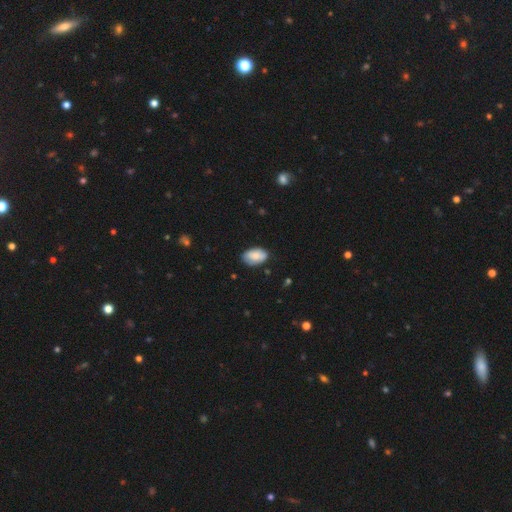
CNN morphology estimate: type=smooth (82%); roundness=in between (93%); merging=none (77%).